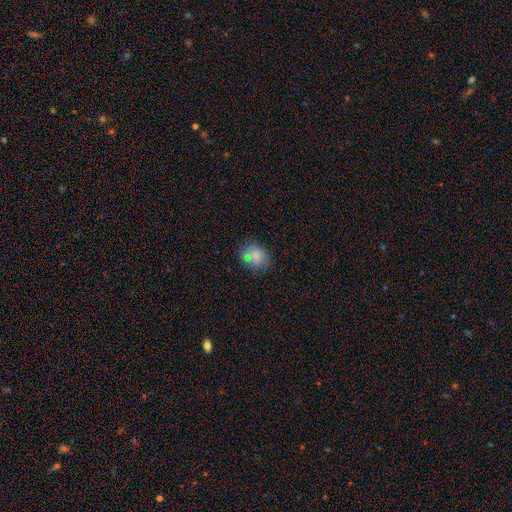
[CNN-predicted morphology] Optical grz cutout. It shows a smooth galaxy with no disk features (76%) that is round (62%). Merging: none (61%).